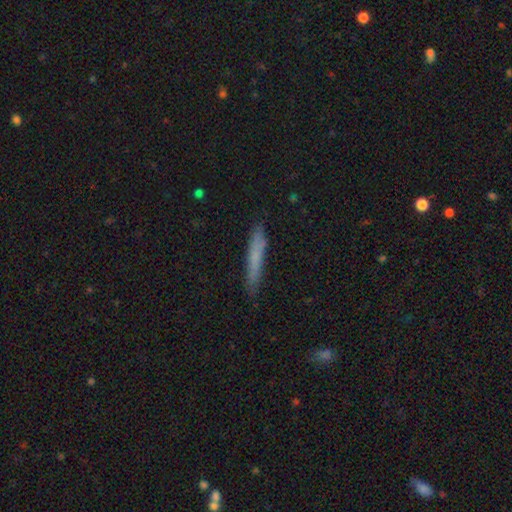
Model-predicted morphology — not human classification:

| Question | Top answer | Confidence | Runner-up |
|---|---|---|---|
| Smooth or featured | smooth | 68% | featured or disk (25%) |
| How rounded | cigar-shaped | 94% | in between (5%) |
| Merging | none | 82% | minor disturbance (14%) |